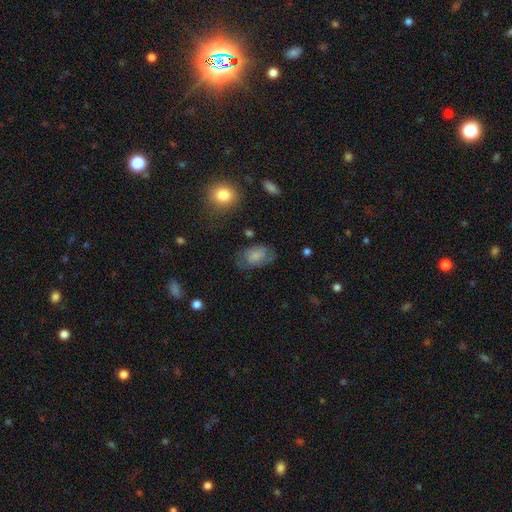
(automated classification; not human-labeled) smooth 68%, featured or disk 23%, star or artifact 9%. Down the decision tree: how rounded — in between (84%); merging — none (59%).